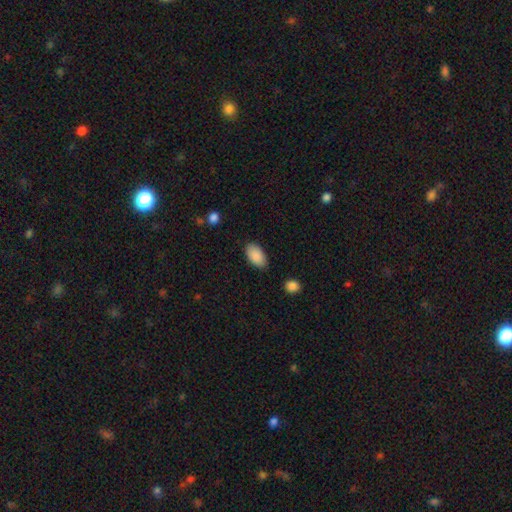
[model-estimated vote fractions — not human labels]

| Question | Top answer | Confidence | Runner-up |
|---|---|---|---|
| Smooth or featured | smooth | 90% | star or artifact (7%) |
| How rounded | in between | 94% | round (4%) |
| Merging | none | 84% | minor disturbance (11%) |